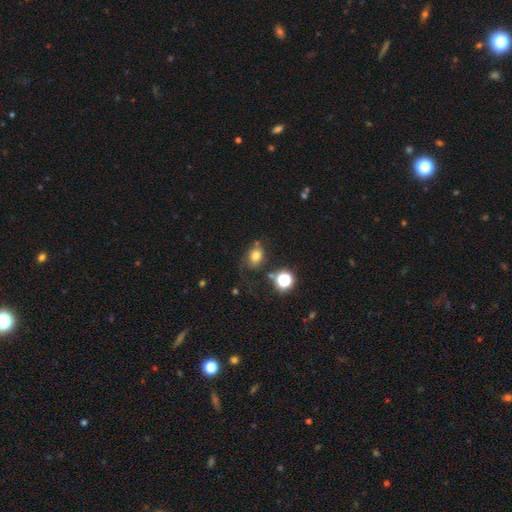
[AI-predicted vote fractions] Q: Smooth or featured?
A: smooth (74%); runner-up: star or artifact (15%)
Q: How rounded?
A: in between (52%); runner-up: round (47%)
Q: Merging?
A: none (60%); runner-up: minor disturbance (21%)